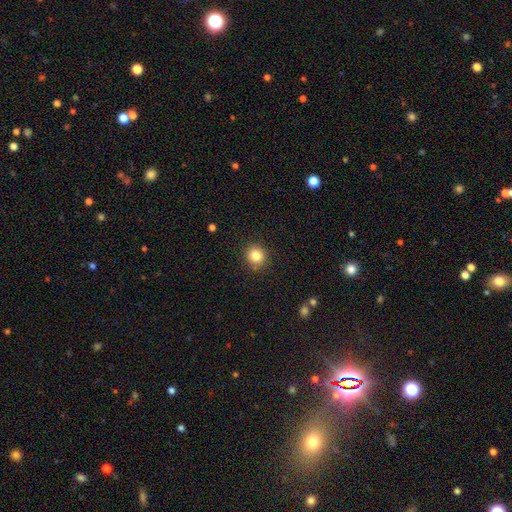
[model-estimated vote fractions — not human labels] smooth-or-featured: smooth: 82% | star or artifact: 11% | featured or disk: 6%
  how-rounded: round: 87% | in between: 12% | cigar-shaped: 1%
  merging: none: 88% | minor disturbance: 8% | major disturbance: 2% | merger: 2%